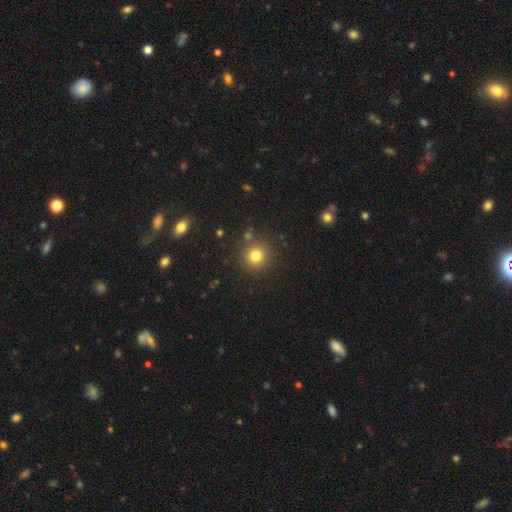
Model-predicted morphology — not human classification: This appears to be a smooth galaxy with no disk features (79%) that is round (93%). Merging: none (87%).